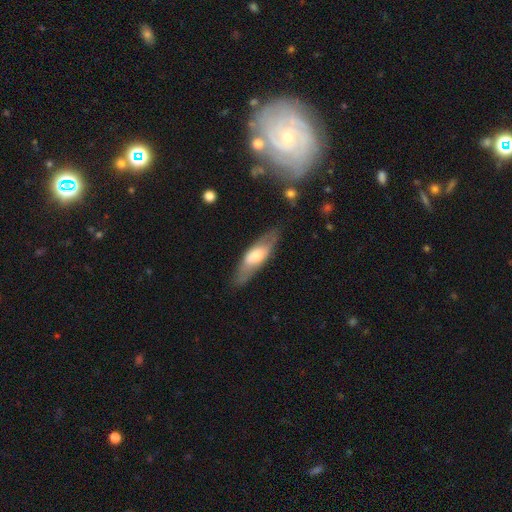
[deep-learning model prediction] smooth 51%, featured or disk 44%, star or artifact 6%. Down the decision tree: how rounded — in between (54%); merging — none (79%).